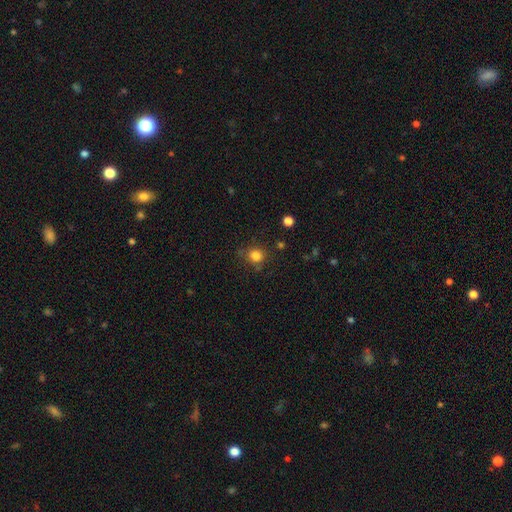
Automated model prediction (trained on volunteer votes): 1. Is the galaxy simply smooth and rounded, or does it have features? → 82% smooth, 13% star or artifact, 5% featured or disk.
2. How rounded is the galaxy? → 86% round, 13% in between, 1% cigar-shaped.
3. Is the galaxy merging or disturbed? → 78% none, 13% minor disturbance, 4% merger, 4% major disturbance.